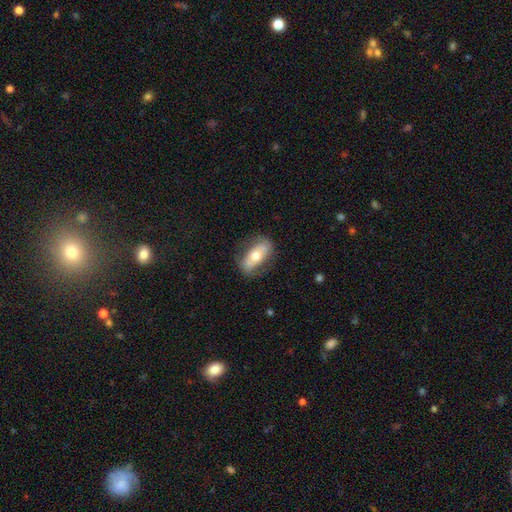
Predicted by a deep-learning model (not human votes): A smooth galaxy with no disk features (56%) that is in between round and cigar-shaped (85%). Merging: none (77%).